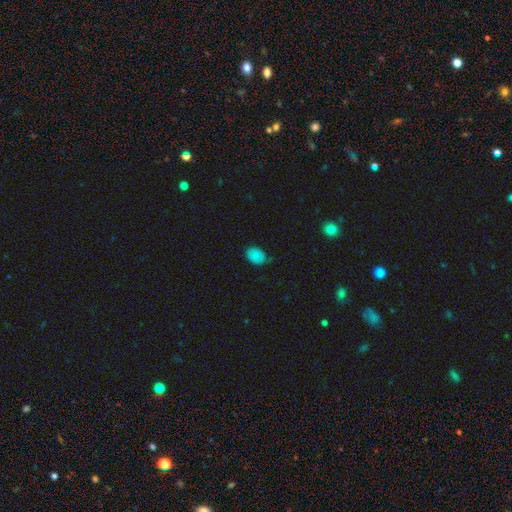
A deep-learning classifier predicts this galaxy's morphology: smooth_or_featured: smooth (p=0.81) [alt: star or artifact p=0.12]
how_rounded: in between (p=0.69) [alt: round p=0.30]
merging: none (p=0.68) [alt: minor disturbance p=0.26]